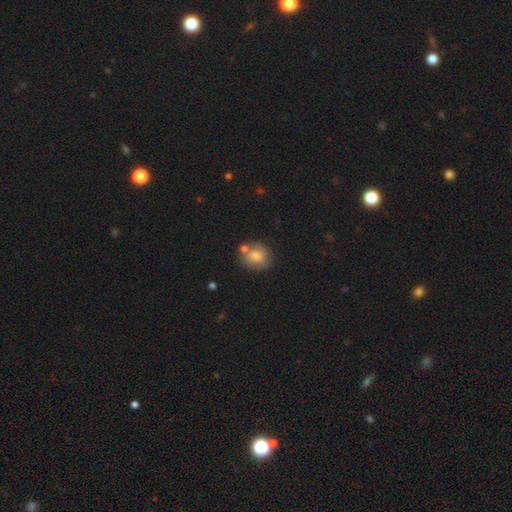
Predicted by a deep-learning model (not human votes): A smooth galaxy with no disk features (69%) that is round (69%). Merging: none (61%).